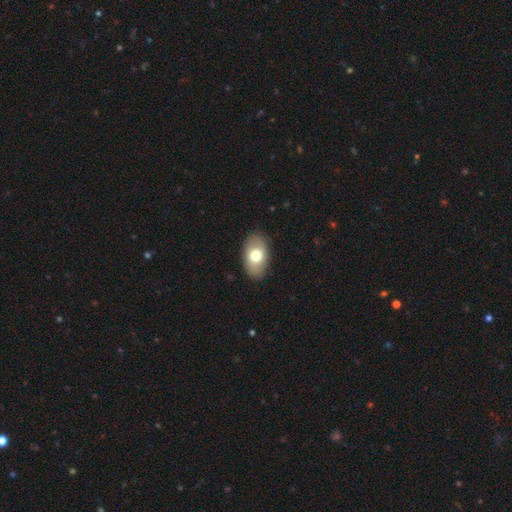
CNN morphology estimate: Smooth or featured?
  - smooth: 71% *
  - featured or disk: 23%
  - star or artifact: 6%
How rounded?
  - in between: 92% *
  - round: 6%
  - cigar-shaped: 1%
Merging?
  - none: 87% *
  - minor disturbance: 10%
  - major disturbance: 2%
  - merger: 1%